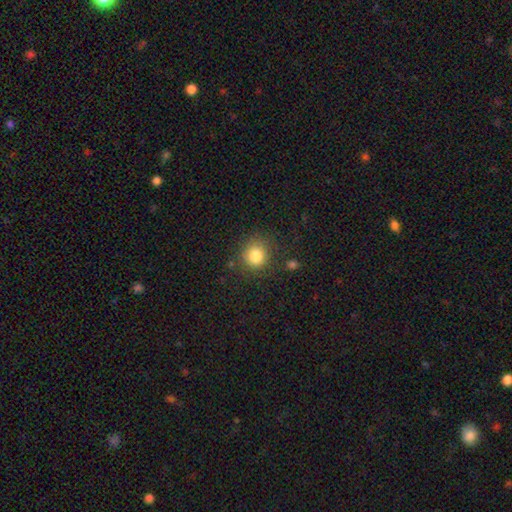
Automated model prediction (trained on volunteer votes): Smooth or featured? smooth (83%)
How rounded? round (87%)
Merging? none (82%)